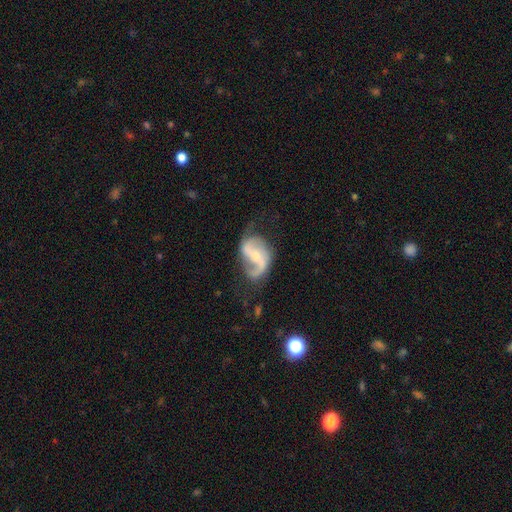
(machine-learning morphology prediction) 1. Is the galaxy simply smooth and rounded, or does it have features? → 84% featured or disk, 10% smooth, 6% star or artifact.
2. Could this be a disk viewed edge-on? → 97% no, 3% yes.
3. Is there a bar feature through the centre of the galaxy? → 40% weak, 33% strong, 27% no.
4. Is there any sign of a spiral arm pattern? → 94% yes, 6% no.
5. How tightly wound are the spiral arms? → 56% loose, 35% medium, 9% tight.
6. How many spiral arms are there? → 84% 2, 8% 1, 4% can't tell, 1% 3, 1% 4, 1% more than 4.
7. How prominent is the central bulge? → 57% small, 35% moderate, 5% none, 2% large, 1% dominant.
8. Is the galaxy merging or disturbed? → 55% none, 24% minor disturbance, 19% major disturbance, 2% merger.